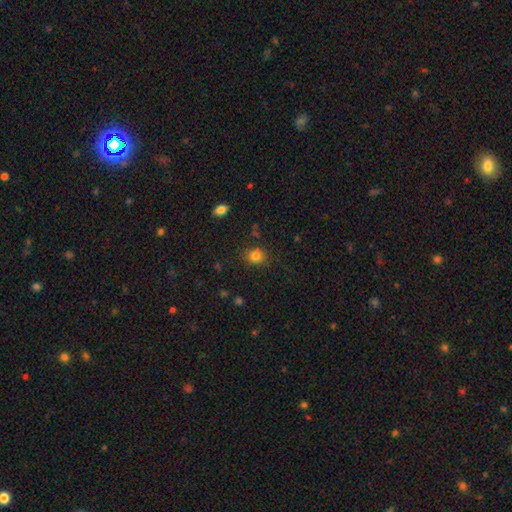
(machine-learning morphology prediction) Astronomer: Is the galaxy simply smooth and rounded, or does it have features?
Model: smooth — 81%.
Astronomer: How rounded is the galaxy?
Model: round — 75%.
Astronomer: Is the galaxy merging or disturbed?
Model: none — 81%.